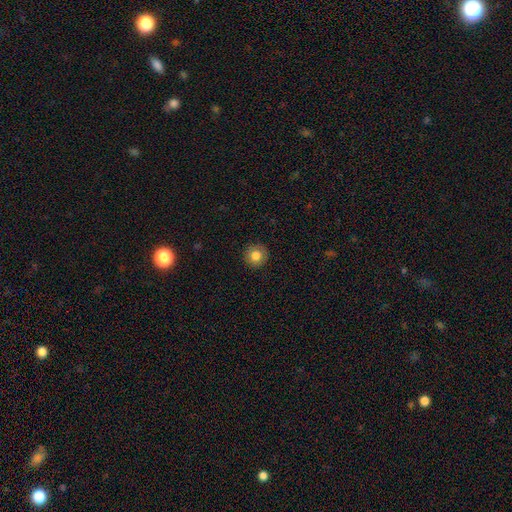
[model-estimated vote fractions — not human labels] A smooth galaxy with no disk features (82%) that is round (95%).

Vote fractions:
- Smooth or featured? smooth: 82% / star or artifact: 10% / featured or disk: 9%
- How rounded? round: 95% / in between: 4% / cigar-shaped: 1%
- Merging? none: 91% / minor disturbance: 6% / major disturbance: 2% / merger: 1%